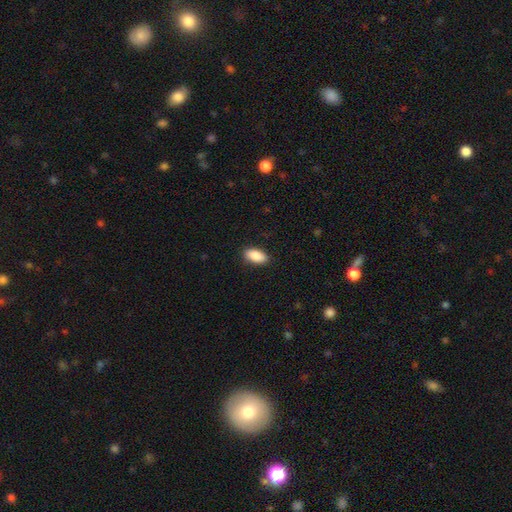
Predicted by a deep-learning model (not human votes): A smooth galaxy with no disk features (89%) that is in between round and cigar-shaped (92%). Merging: none (88%).